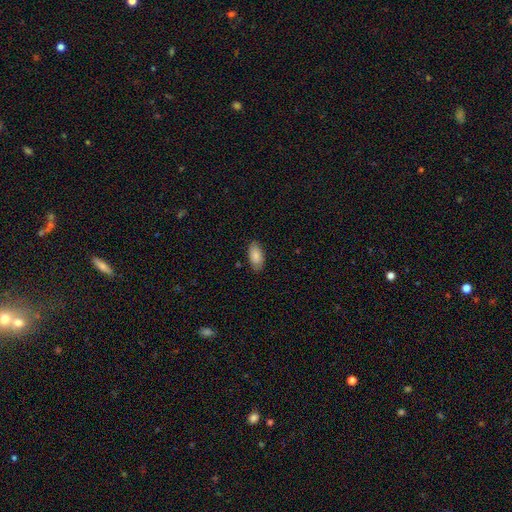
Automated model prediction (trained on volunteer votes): Smooth or featured? Predicted: smooth (p=0.85). How rounded? Predicted: in between (p=0.94). Merging? Predicted: none (p=0.83).